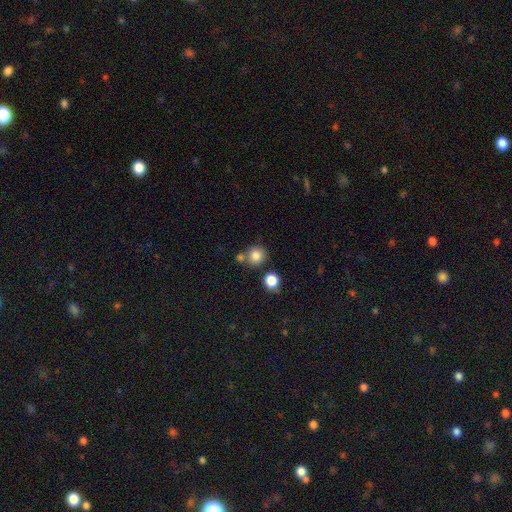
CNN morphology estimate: Smooth or featured? smooth (82%)
How rounded? round (88%)
Merging? none (69%)